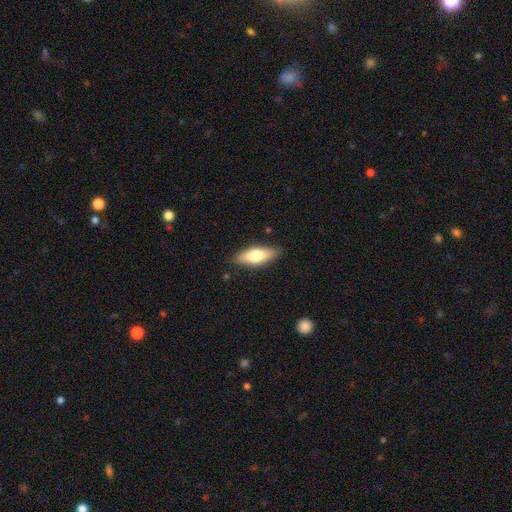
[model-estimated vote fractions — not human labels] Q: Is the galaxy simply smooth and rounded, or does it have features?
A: smooth — 64%.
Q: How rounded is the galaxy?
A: in between — 68%.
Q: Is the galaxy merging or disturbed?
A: none — 85%.